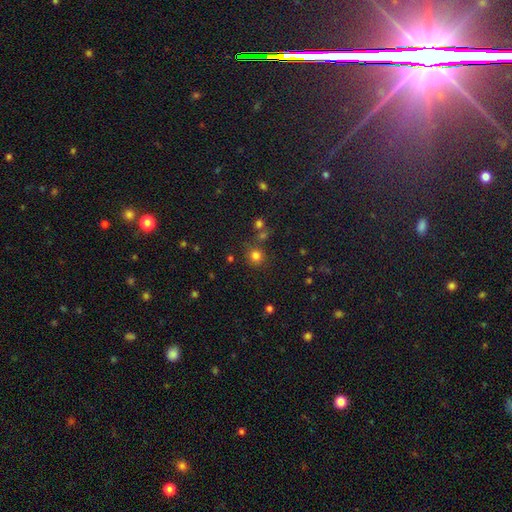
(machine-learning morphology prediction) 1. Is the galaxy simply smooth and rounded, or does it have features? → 77% smooth, 18% star or artifact, 6% featured or disk.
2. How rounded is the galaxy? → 92% round, 7% in between, 1% cigar-shaped.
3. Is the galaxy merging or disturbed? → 79% none, 9% minor disturbance, 8% merger, 4% major disturbance.